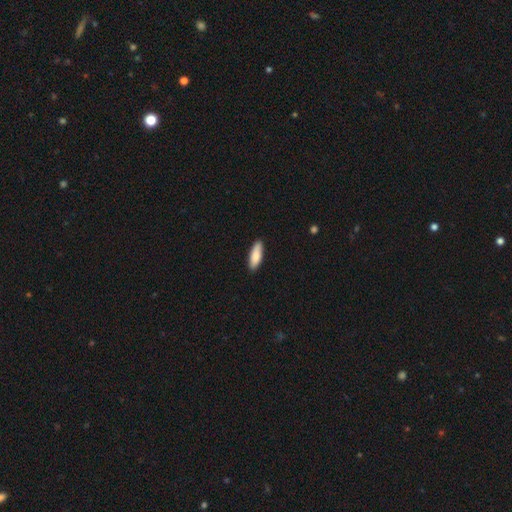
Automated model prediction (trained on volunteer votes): Smooth or featured? smooth (85%)
How rounded? in between (57%)
Merging? none (88%)